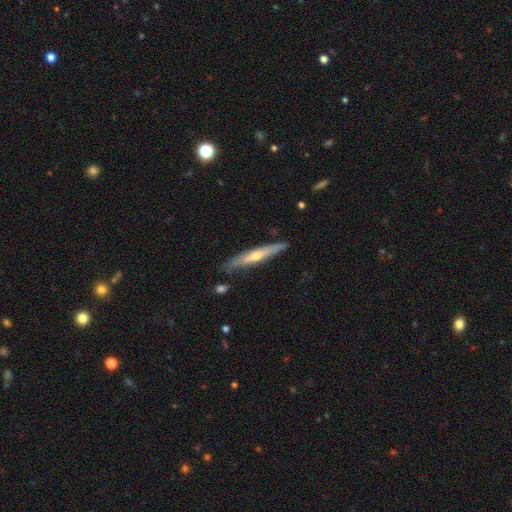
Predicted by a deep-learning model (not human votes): Smooth or featured? featured or disk (59%)
Edge-on disk? yes (89%)
Edge-on bulge? rounded (77%)
Merging? none (84%)